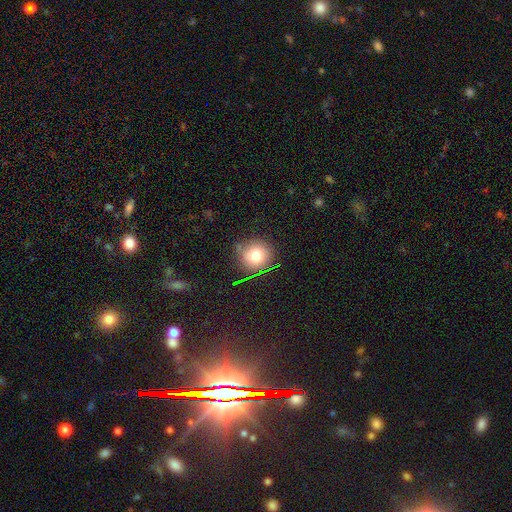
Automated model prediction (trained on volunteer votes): A smooth galaxy with no disk features (74%) that is round (90%). Merging: none (80%).